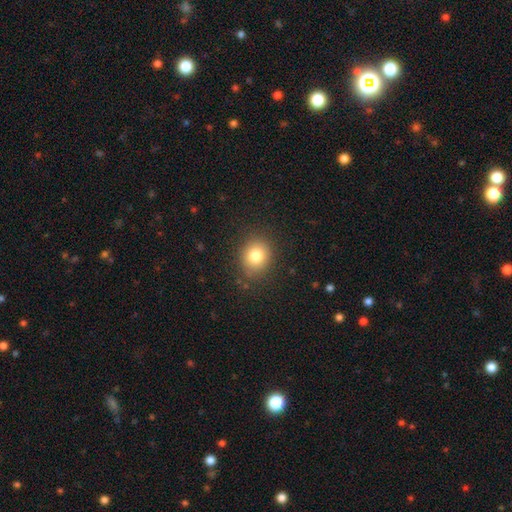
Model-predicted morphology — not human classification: Smooth or featured? smooth (80%)
How rounded? round (72%)
Merging? none (86%)